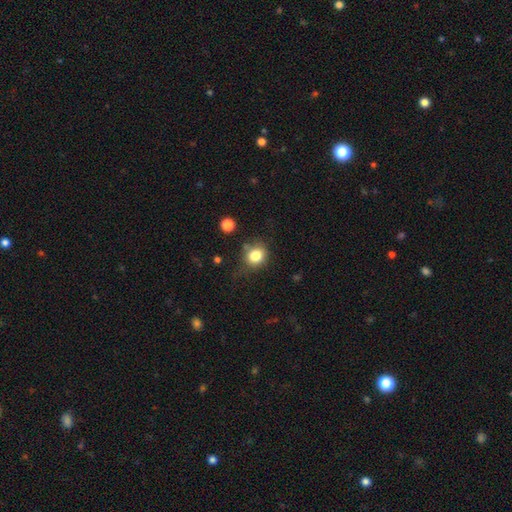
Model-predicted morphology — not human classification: This appears to be a smooth galaxy with no disk features (82%) that is round (73%). Merging: none (68%).